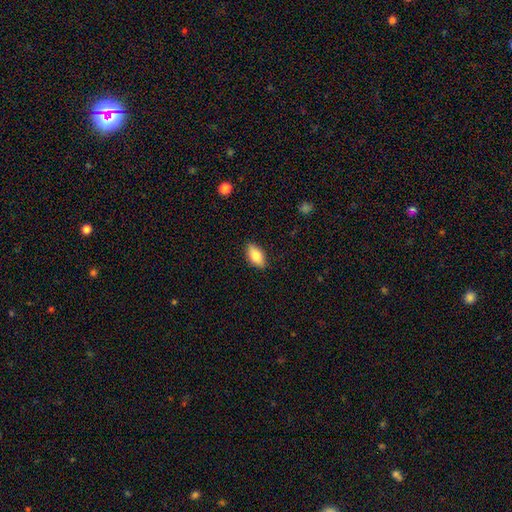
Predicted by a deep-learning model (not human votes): smooth_or_featured: smooth (p=0.80) [alt: featured or disk p=0.13]
how_rounded: in between (p=0.89) [alt: cigar-shaped p=0.07]
merging: none (p=0.86) [alt: minor disturbance p=0.10]